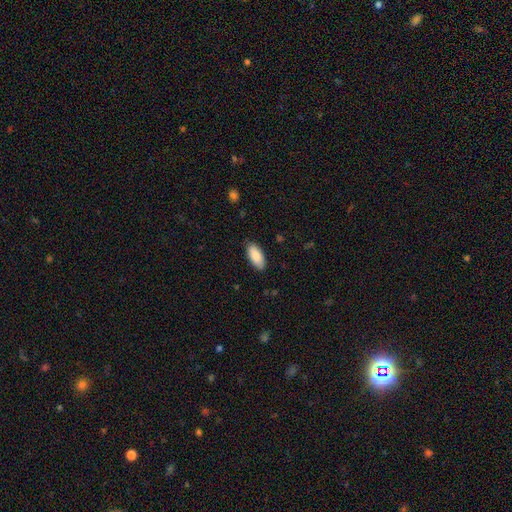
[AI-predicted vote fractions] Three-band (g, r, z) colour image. It shows a smooth galaxy with no disk features (88%) that is in between round and cigar-shaped (90%). Merging: none (86%).